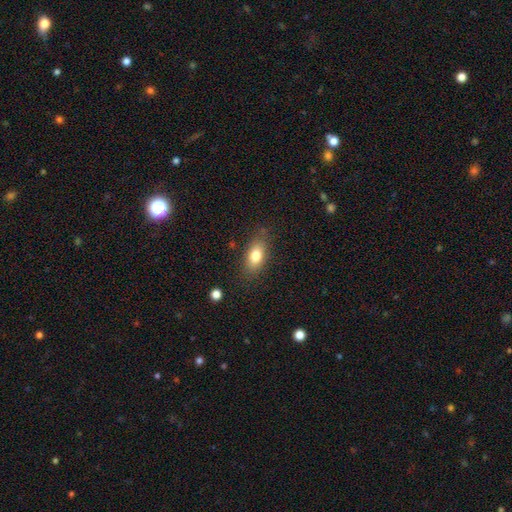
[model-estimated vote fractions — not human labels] smooth_or_featured: smooth (p=0.78) [alt: featured or disk p=0.13]
how_rounded: in between (p=0.84) [alt: cigar-shaped p=0.09]
merging: none (p=0.79) [alt: minor disturbance p=0.15]